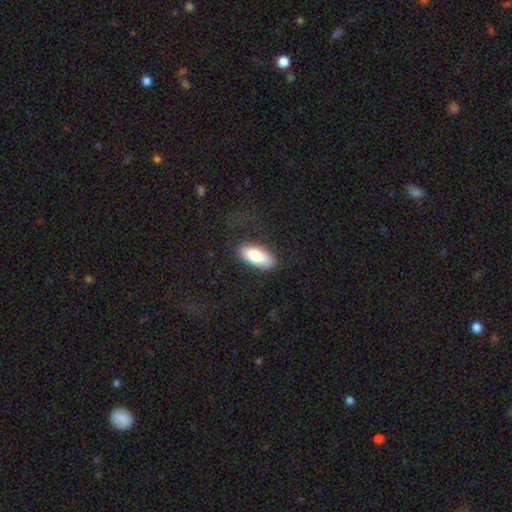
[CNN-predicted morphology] A smooth galaxy with no disk features (80%) that is in between round and cigar-shaped (85%). Merging: none (77%).